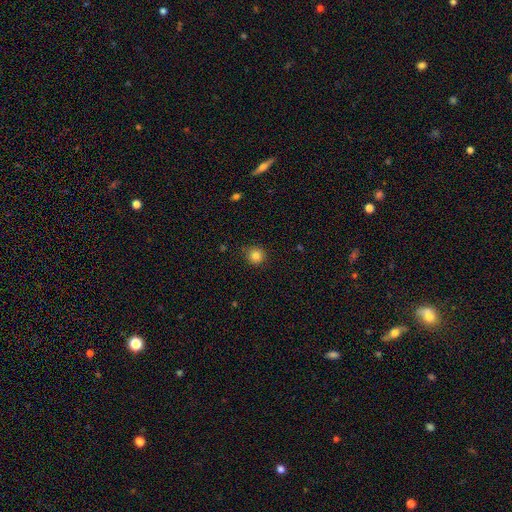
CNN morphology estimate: smooth-or-featured: smooth: 84% | star or artifact: 11% | featured or disk: 5%
  how-rounded: round: 94% | in between: 5% | cigar-shaped: 1%
  merging: none: 89% | minor disturbance: 8% | major disturbance: 2% | merger: 1%